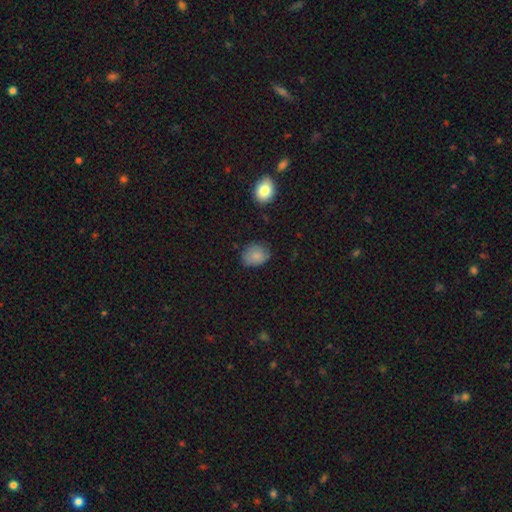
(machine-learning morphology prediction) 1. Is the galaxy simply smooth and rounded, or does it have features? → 84% smooth, 9% star or artifact, 7% featured or disk.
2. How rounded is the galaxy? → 54% in between, 45% round, 1% cigar-shaped.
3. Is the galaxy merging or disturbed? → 72% none, 22% minor disturbance, 5% major disturbance, 2% merger.